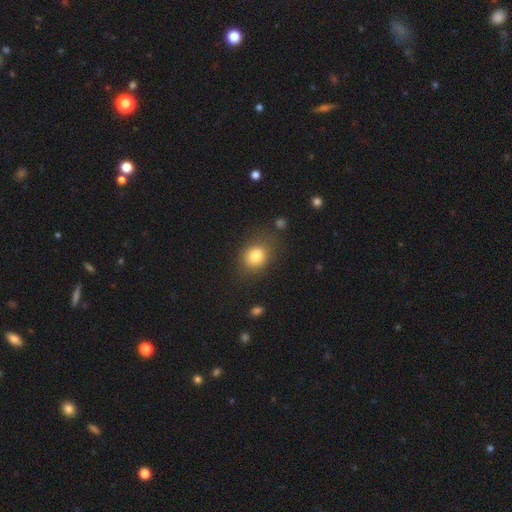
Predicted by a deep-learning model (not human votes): Smooth or featured? Predicted: smooth (p=0.81). How rounded? Predicted: round (p=0.54). Merging? Predicted: none (p=0.74).